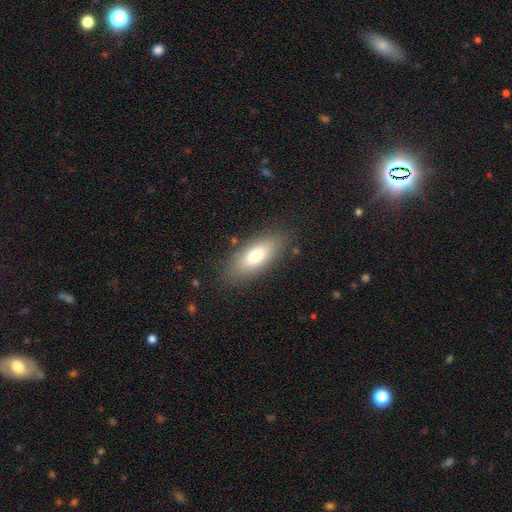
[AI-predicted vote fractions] Smooth or featured?
  - smooth: 72% *
  - featured or disk: 20%
  - star or artifact: 8%
How rounded?
  - in between: 81% *
  - cigar-shaped: 16%
  - round: 3%
Merging?
  - none: 83% *
  - minor disturbance: 11%
  - major disturbance: 4%
  - merger: 1%